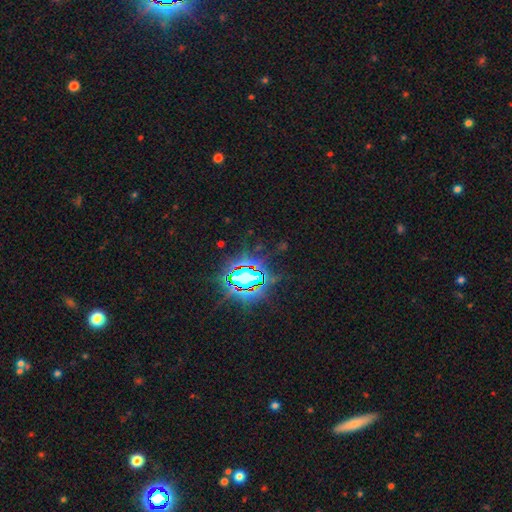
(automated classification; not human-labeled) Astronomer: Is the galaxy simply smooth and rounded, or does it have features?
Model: star or artifact — 85%.